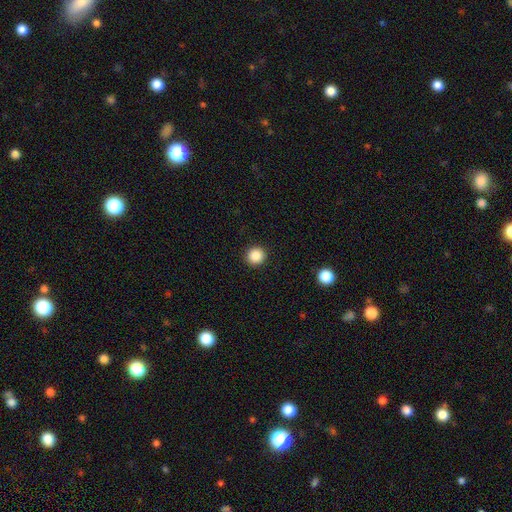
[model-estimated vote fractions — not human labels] Smooth or featured? smooth (87%)
How rounded? round (94%)
Merging? none (93%)